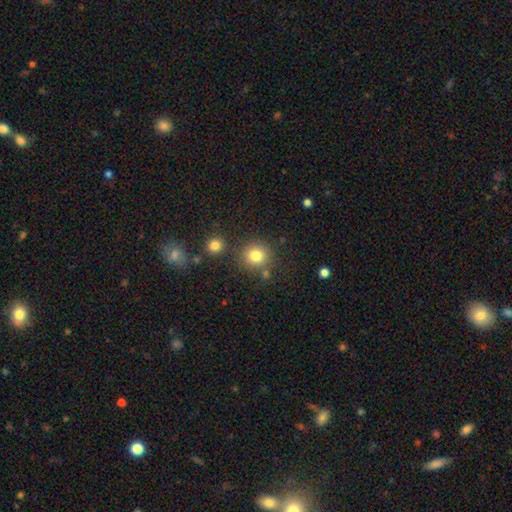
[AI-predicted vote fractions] The model was most divided on "merging": none: 78%, minor disturbance: 10%, merger: 9%, major disturbance: 4%. More confident: how rounded — round (90%); smooth or featured — smooth (81%).